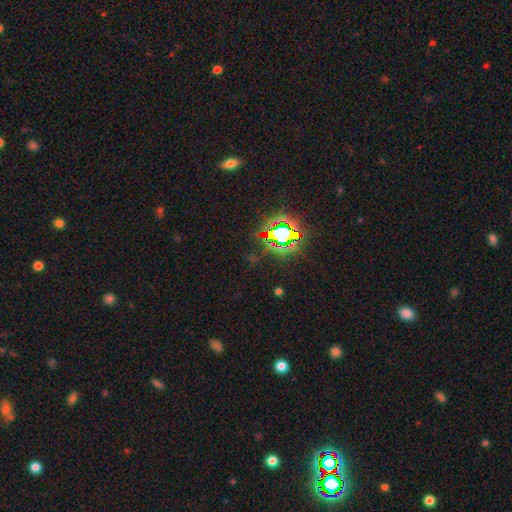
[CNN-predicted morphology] Smooth or featured? Predicted: star or artifact (p=0.81).